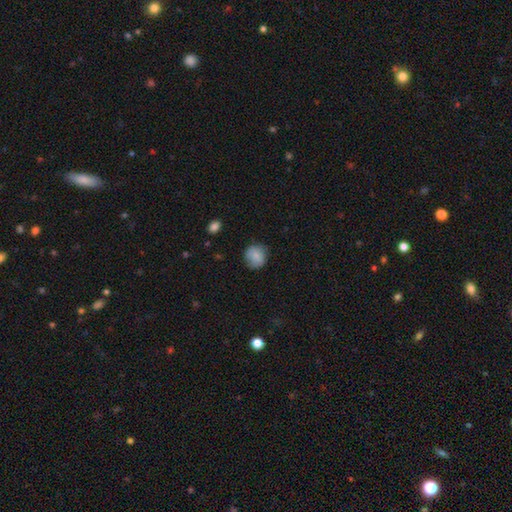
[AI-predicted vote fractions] This appears to be a smooth galaxy with no disk features (84%) that is round (84%). Merging: none (79%).